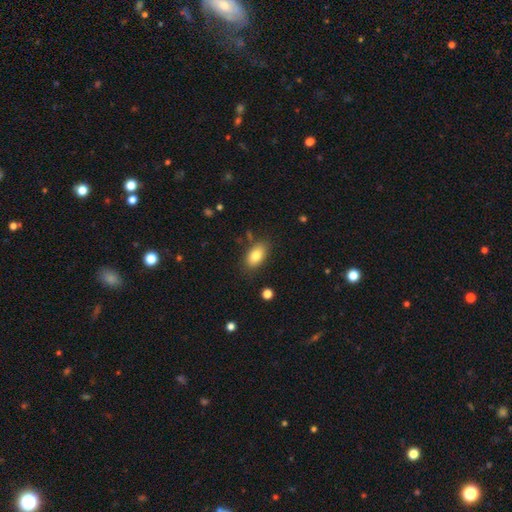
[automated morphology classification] This appears to be a smooth galaxy with no disk features (83%) that is in between round and cigar-shaped (91%). Merging: none (82%).